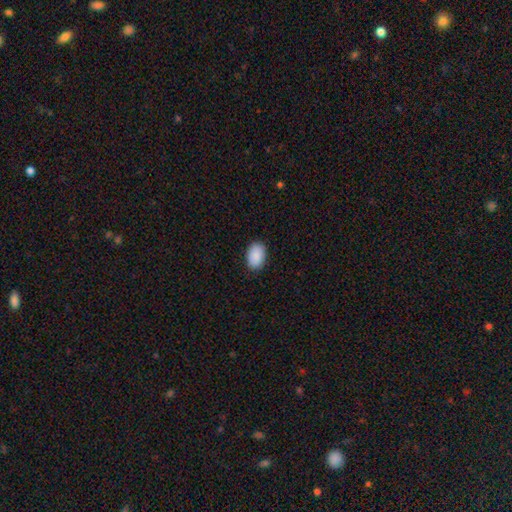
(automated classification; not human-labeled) smooth_or_featured: smooth (p=0.91) [alt: star or artifact p=0.06]
how_rounded: in between (p=0.90) [alt: round p=0.09]
merging: none (p=0.88) [alt: minor disturbance p=0.09]